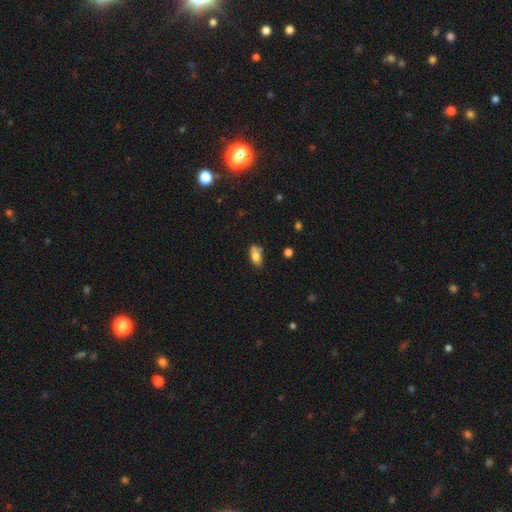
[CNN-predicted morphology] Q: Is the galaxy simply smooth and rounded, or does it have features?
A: smooth — 78%.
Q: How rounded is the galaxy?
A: in between — 87%.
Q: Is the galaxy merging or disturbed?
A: none — 53%.